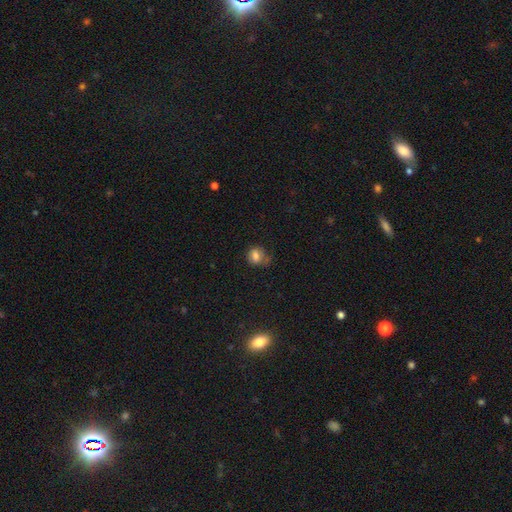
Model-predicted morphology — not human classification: Smooth or featured? Predicted: smooth (p=0.75). How rounded? Predicted: round (p=0.61). Merging? Predicted: none (p=0.51).